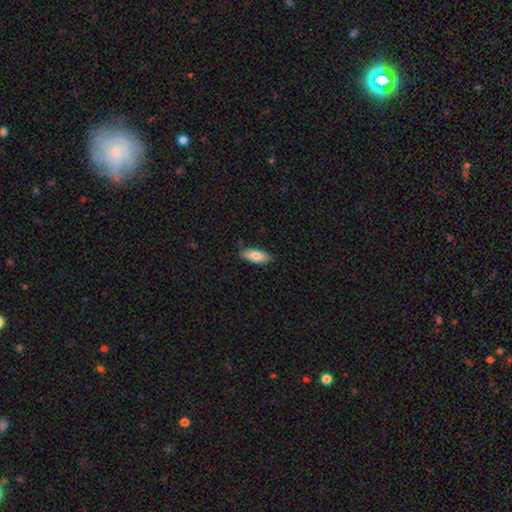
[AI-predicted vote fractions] Smooth or featured: smooth — 81% (featured or disk — 13%)
How rounded: in between — 77% (cigar-shaped — 22%)
Merging: none — 82% (minor disturbance — 14%)